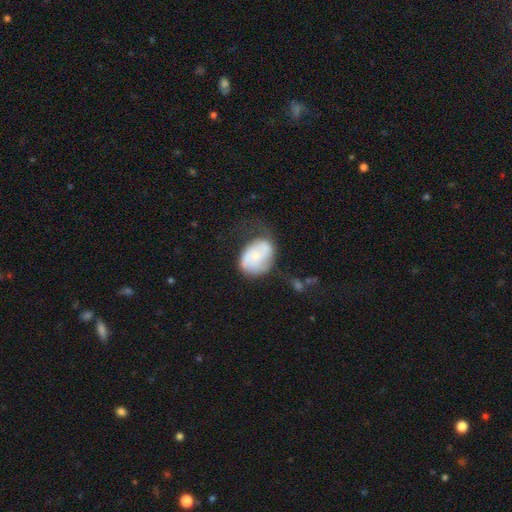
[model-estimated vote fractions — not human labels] Overall: smooth (48%; featured or disk 45%). Merging: none (34%; minor disturbance 33%).